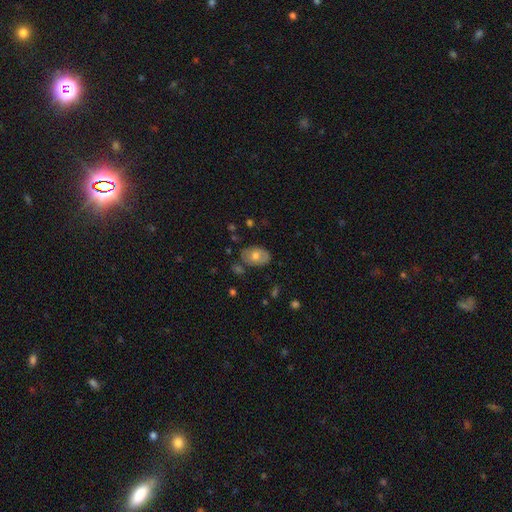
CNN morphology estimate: smooth-or-featured: smooth: 63% | featured or disk: 30% | star or artifact: 7%
  how-rounded: in between: 85% | round: 13% | cigar-shaped: 1%
  merging: none: 70% | minor disturbance: 20% | major disturbance: 5% | merger: 5%